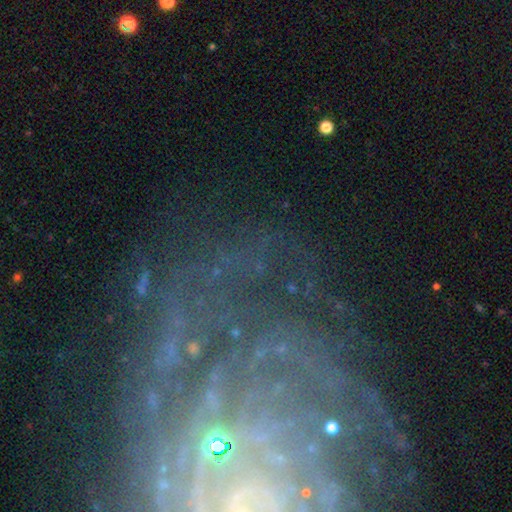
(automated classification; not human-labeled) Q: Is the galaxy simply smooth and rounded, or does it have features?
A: featured or disk — 75%.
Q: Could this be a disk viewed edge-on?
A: no — 95%.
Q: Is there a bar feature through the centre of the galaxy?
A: no — 59%.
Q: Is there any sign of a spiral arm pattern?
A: yes — 87%.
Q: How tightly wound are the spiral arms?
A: tight — 73%.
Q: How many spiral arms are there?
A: can't tell — 35%.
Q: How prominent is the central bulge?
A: small — 70%.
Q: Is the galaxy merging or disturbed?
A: none — 67%.